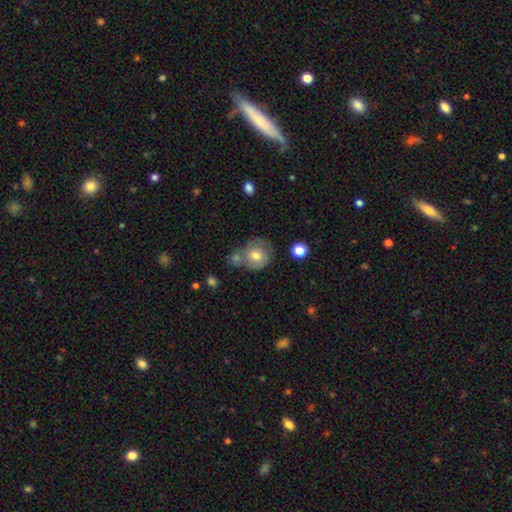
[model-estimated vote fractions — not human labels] Smooth or featured? smooth (67%)
How rounded? round (78%)
Merging? none (41%)